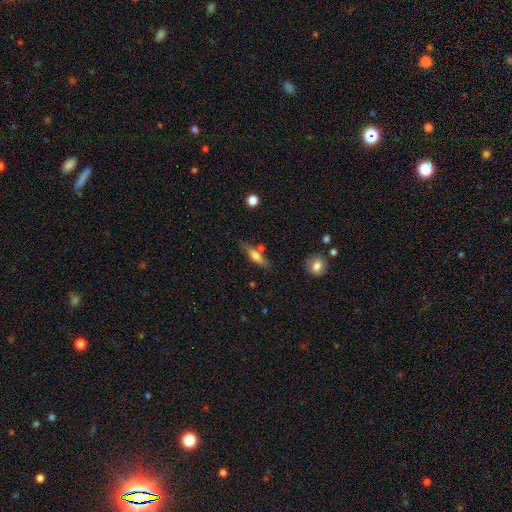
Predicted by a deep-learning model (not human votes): Q: Smooth or featured?
A: smooth (61%); runner-up: featured or disk (32%)
Q: How rounded?
A: cigar-shaped (63%); runner-up: in between (35%)
Q: Merging?
A: none (67%); runner-up: minor disturbance (17%)